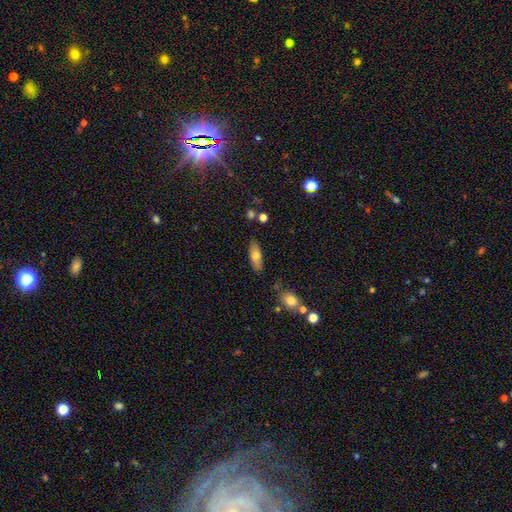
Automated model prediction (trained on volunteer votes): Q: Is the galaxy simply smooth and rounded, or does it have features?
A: smooth — 74%.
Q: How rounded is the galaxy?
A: in between — 71%.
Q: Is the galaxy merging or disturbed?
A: none — 82%.